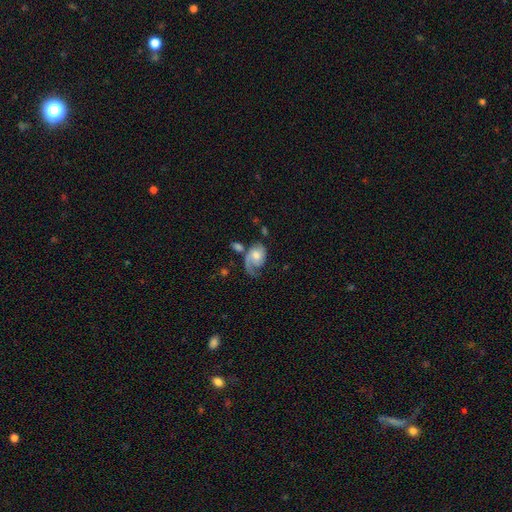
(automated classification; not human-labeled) Smooth or featured: featured or disk — 70% (smooth — 23%)
Edge-on disk: no — 97% (yes — 3%)
Bar: no — 72% (weak — 24%)
Spiral arms: yes — 91% (no — 9%)
Spiral winding: medium — 38% (loose — 33%)
Spiral arm count: 1 — 65% (2 — 26%)
Bulge size: moderate — 52% (small — 24%)
Merging: none — 36% (major disturbance — 30%)